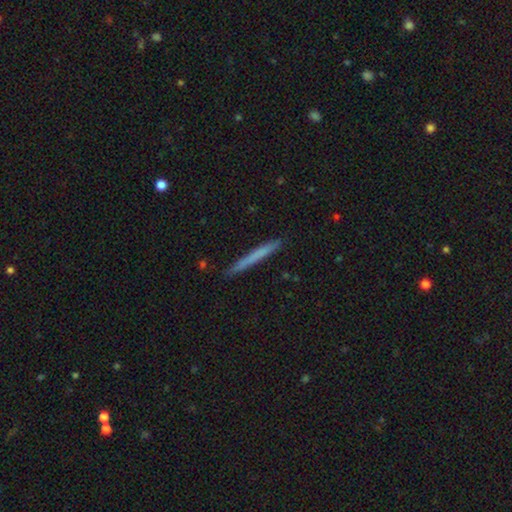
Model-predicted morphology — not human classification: Smooth or featured? smooth (63%)
How rounded? cigar-shaped (97%)
Merging? none (90%)